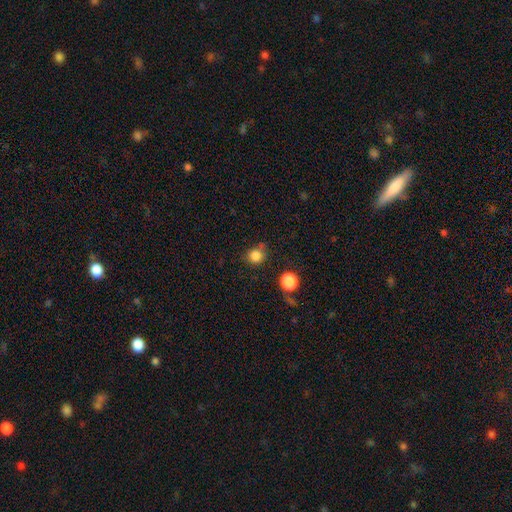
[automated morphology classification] Smooth or featured? Predicted: smooth (p=0.83). How rounded? Predicted: round (p=0.87). Merging? Predicted: none (p=0.73).